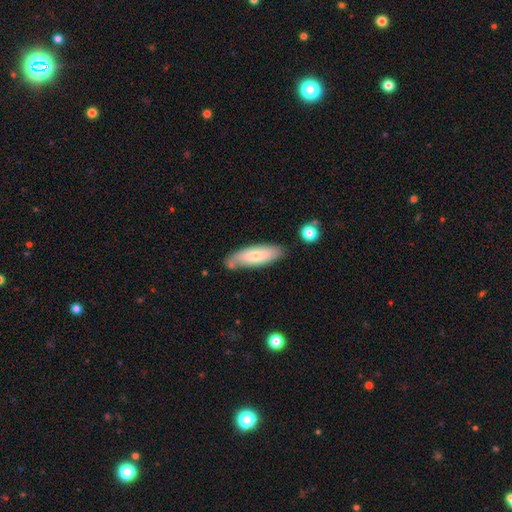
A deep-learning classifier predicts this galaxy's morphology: The model was most divided on "how rounded": in between: 53%, cigar-shaped: 46%, round: 2%. More confident: merging — none (72%); smooth or featured — smooth (72%).